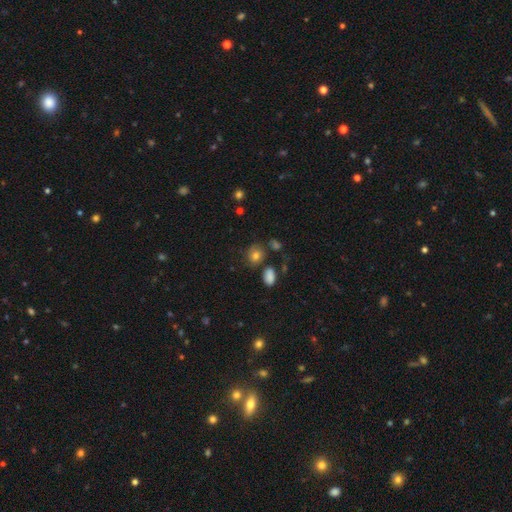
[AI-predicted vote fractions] The model was most divided on "how rounded": round: 66%, in between: 33%, cigar-shaped: 1%. More confident: smooth or featured — smooth (74%); merging — none (66%).